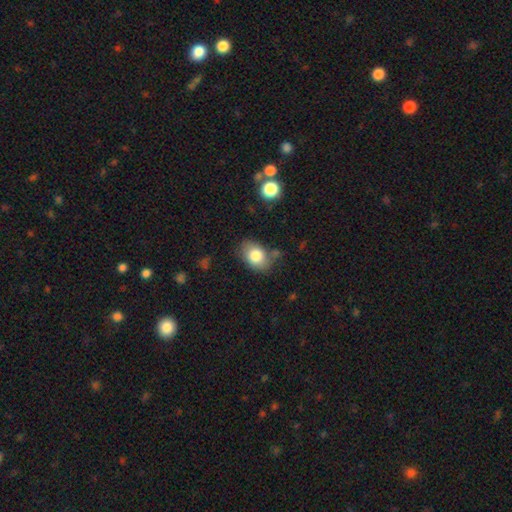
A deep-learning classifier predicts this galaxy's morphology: Q: Smooth or featured?
A: smooth (80%); runner-up: featured or disk (11%)
Q: How rounded?
A: in between (75%); runner-up: round (24%)
Q: Merging?
A: none (69%); runner-up: minor disturbance (21%)